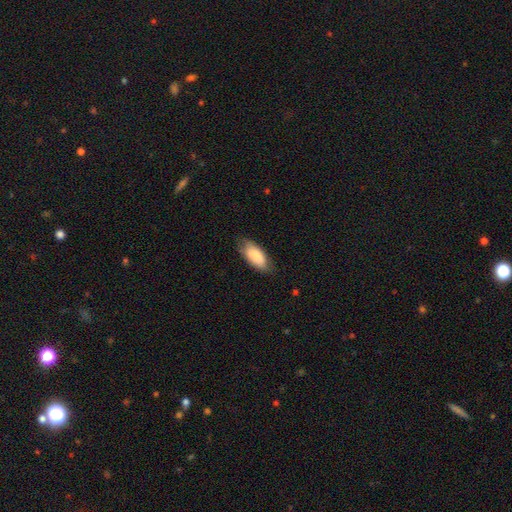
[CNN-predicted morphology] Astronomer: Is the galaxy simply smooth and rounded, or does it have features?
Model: smooth — 85%.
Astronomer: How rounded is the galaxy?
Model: in between — 87%.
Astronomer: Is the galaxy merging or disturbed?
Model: none — 73%.